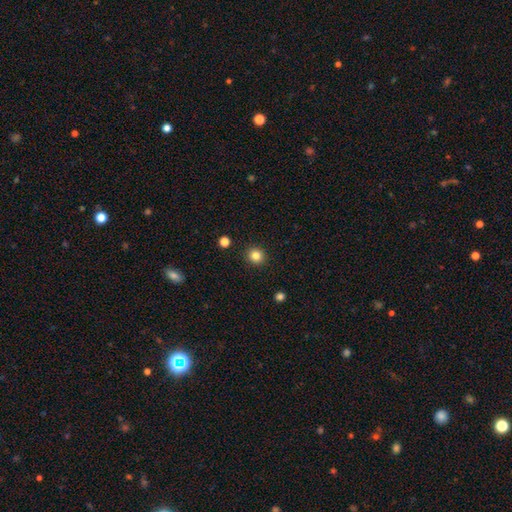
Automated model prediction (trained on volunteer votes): smooth_or_featured: smooth (p=0.83) [alt: star or artifact p=0.12]
how_rounded: round (p=0.90) [alt: in between p=0.09]
merging: none (p=0.92) [alt: minor disturbance p=0.05]